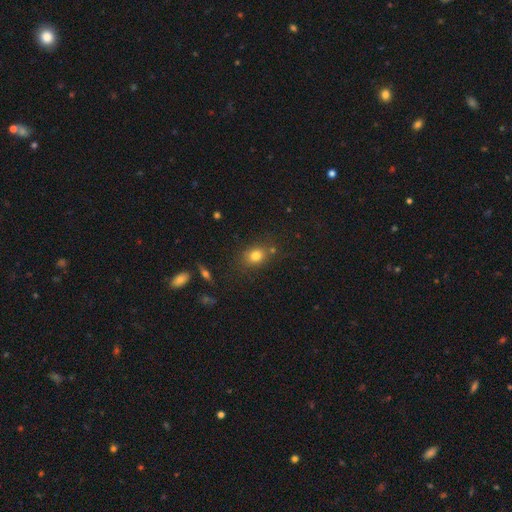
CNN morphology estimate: The model was most divided on "how rounded": in between: 52%, round: 47%, cigar-shaped: 2%. More confident: smooth or featured — smooth (78%); merging — none (74%).